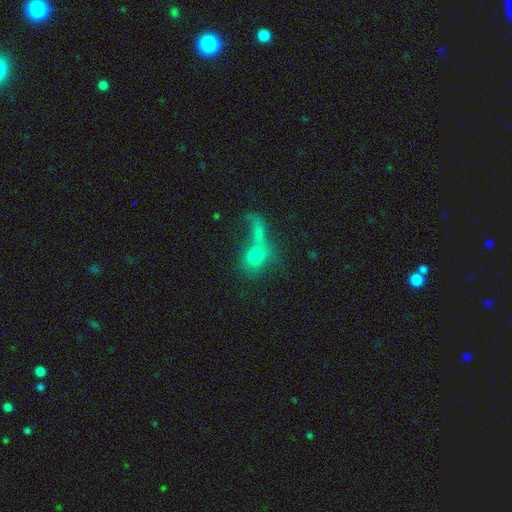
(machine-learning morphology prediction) A smooth galaxy with no disk features (69%) that is round (54%).

Vote fractions:
- Smooth or featured? smooth: 69% / featured or disk: 19% / star or artifact: 12%
- How rounded? round: 54% / in between: 41% / cigar-shaped: 6%
- Merging? merger: 52% / none: 22% / major disturbance: 17% / minor disturbance: 8%